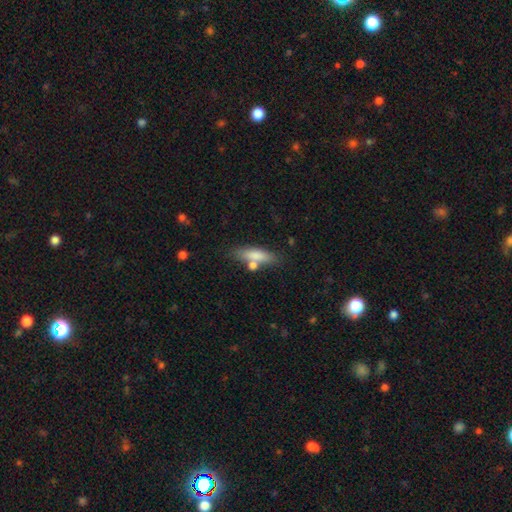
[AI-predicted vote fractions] This is likely a smooth galaxy (76%). How rounded: possibly cigar-shaped (56%). Merging: likely none (63%).